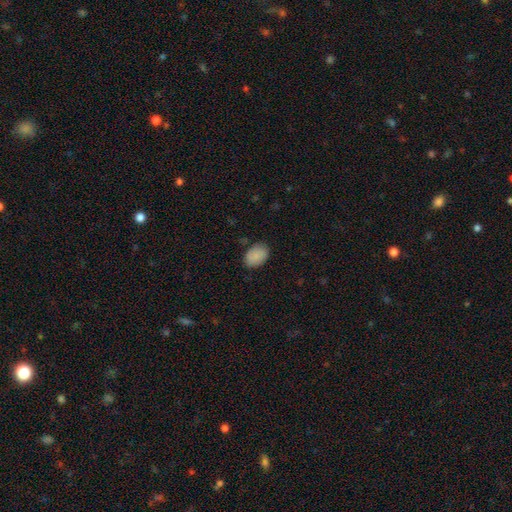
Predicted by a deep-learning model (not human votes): A smooth galaxy with no disk features (87%) that is in between round and cigar-shaped (84%). Merging: none (82%).